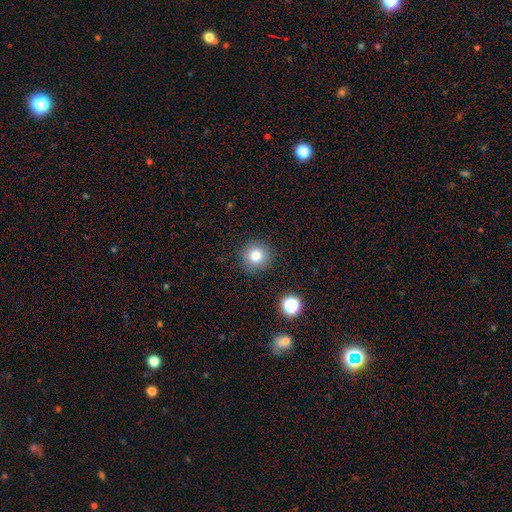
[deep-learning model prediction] smooth 82%, star or artifact 12%, featured or disk 6%. Down the decision tree: how rounded — round (93%); merging — none (86%).